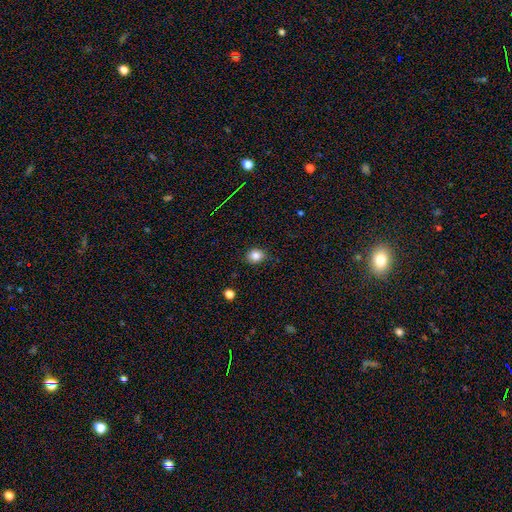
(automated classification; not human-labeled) This appears to be a smooth galaxy with no disk features (83%) that is round (66%). Merging: none (83%).